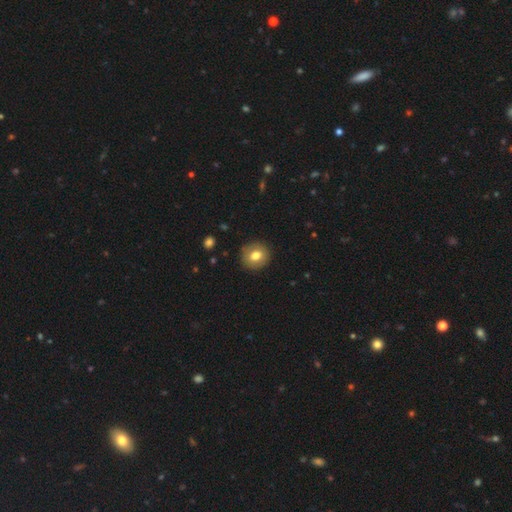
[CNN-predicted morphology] Q: Smooth or featured?
A: smooth (75%); runner-up: featured or disk (17%)
Q: How rounded?
A: round (82%); runner-up: in between (17%)
Q: Merging?
A: none (89%); runner-up: minor disturbance (8%)